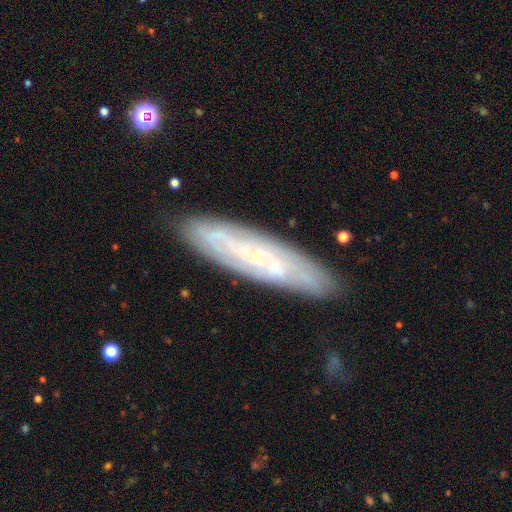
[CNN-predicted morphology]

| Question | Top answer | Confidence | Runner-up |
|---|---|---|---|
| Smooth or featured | featured or disk | 62% | smooth (30%) |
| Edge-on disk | no | 59% | yes (41%) |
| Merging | none | 84% | minor disturbance (12%) |